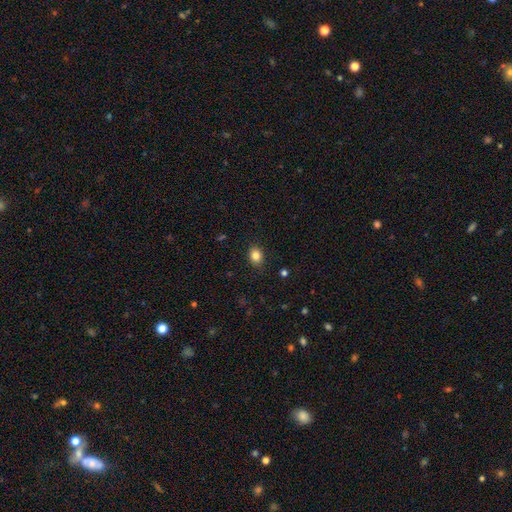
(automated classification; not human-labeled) Q: Smooth or featured?
A: smooth (84%); runner-up: star or artifact (10%)
Q: How rounded?
A: in between (53%); runner-up: round (46%)
Q: Merging?
A: none (87%); runner-up: minor disturbance (9%)